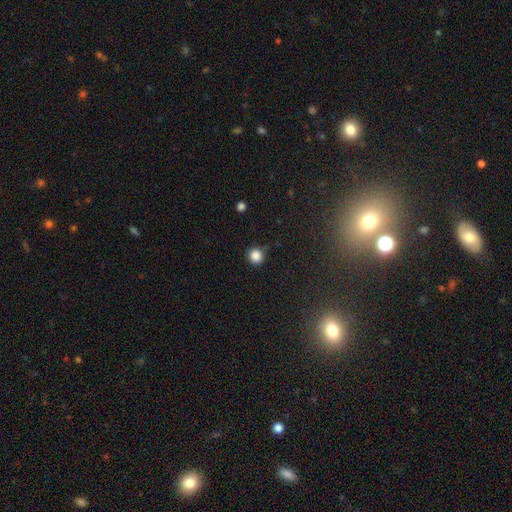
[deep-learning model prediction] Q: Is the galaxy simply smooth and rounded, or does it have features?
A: smooth — 86%.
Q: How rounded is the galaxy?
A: round — 92%.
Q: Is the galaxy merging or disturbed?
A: none — 88%.